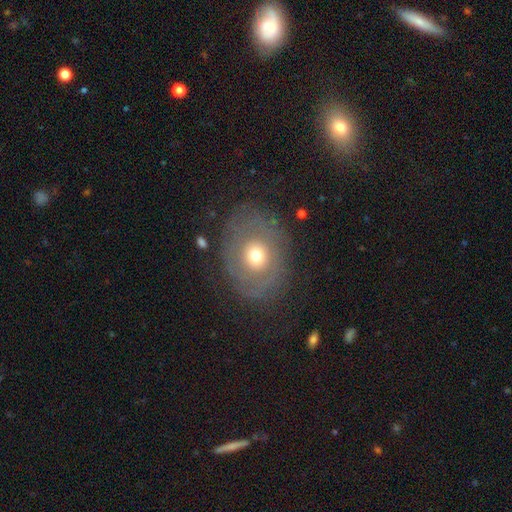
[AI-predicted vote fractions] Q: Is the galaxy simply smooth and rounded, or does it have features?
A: smooth — 49%.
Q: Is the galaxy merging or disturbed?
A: none — 71%.